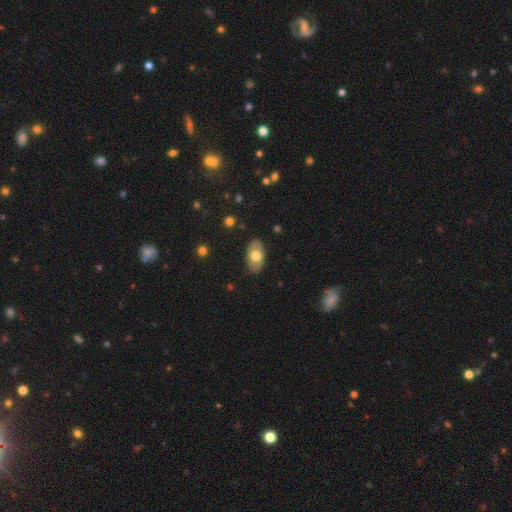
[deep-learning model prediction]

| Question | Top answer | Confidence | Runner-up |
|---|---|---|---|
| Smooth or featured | smooth | 69% | featured or disk (25%) |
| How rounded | in between | 93% | round (5%) |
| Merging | none | 86% | minor disturbance (10%) |